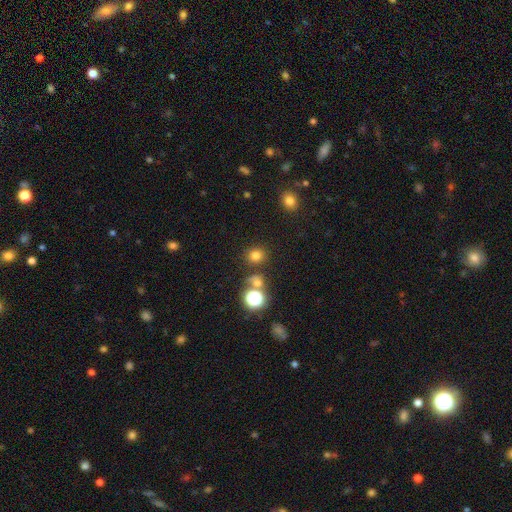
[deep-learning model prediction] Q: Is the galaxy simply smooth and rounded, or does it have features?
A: smooth — 73%.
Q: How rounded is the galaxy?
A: round — 84%.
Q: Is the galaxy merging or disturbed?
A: none — 80%.